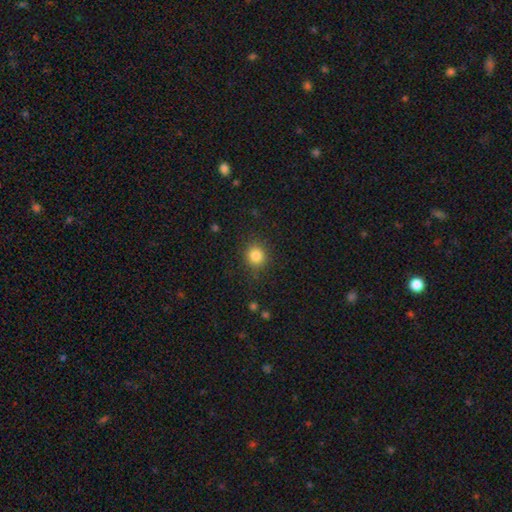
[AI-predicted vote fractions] Q: Smooth or featured?
A: smooth (84%); runner-up: star or artifact (11%)
Q: How rounded?
A: round (87%); runner-up: in between (12%)
Q: Merging?
A: none (88%); runner-up: minor disturbance (8%)